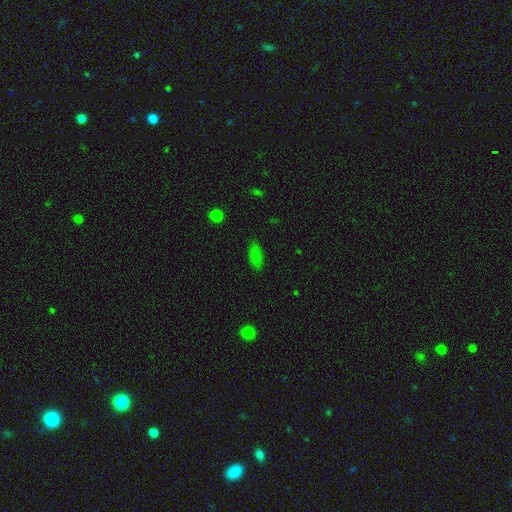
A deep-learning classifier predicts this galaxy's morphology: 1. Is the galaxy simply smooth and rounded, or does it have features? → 80% smooth, 12% star or artifact, 8% featured or disk.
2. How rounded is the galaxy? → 85% in between, 12% cigar-shaped, 3% round.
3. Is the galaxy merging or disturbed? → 84% none, 12% minor disturbance, 3% major disturbance, 1% merger.